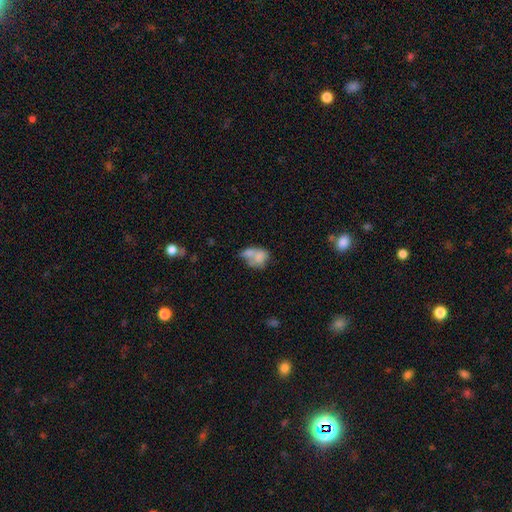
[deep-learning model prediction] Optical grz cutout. It shows a smooth galaxy with no disk features (60%) that is in between round and cigar-shaped (73%). Merging: merger (48%).